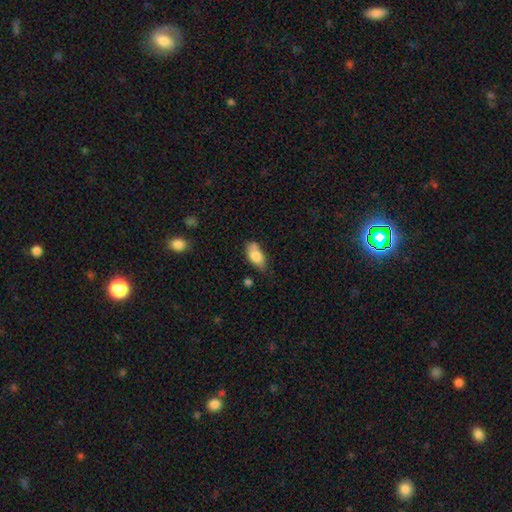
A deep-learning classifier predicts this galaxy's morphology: Smooth or featured?
  - smooth: 79% *
  - featured or disk: 14%
  - star or artifact: 7%
How rounded?
  - in between: 89% *
  - cigar-shaped: 7%
  - round: 4%
Merging?
  - none: 57% *
  - minor disturbance: 27%
  - merger: 10%
  - major disturbance: 6%